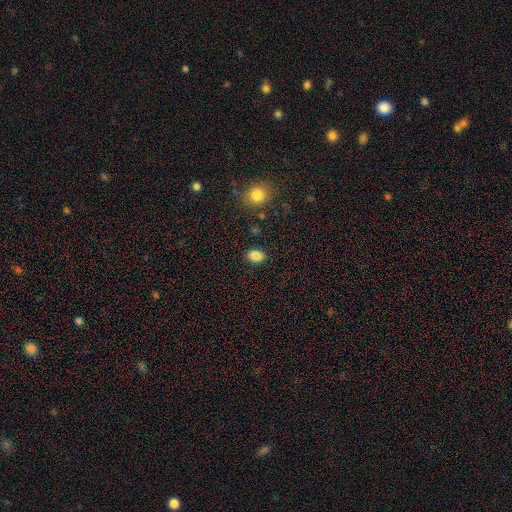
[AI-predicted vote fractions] Smooth or featured?
  - smooth: 85% *
  - star or artifact: 9%
  - featured or disk: 6%
How rounded?
  - in between: 81% *
  - round: 18%
  - cigar-shaped: 1%
Merging?
  - none: 86% *
  - minor disturbance: 9%
  - major disturbance: 3%
  - merger: 2%